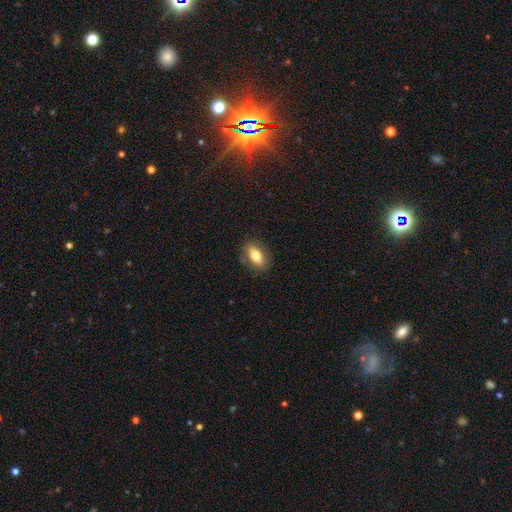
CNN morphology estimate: Q: Smooth or featured?
A: smooth (73%); runner-up: featured or disk (20%)
Q: How rounded?
A: in between (85%); runner-up: cigar-shaped (7%)
Q: Merging?
A: none (80%); runner-up: minor disturbance (14%)